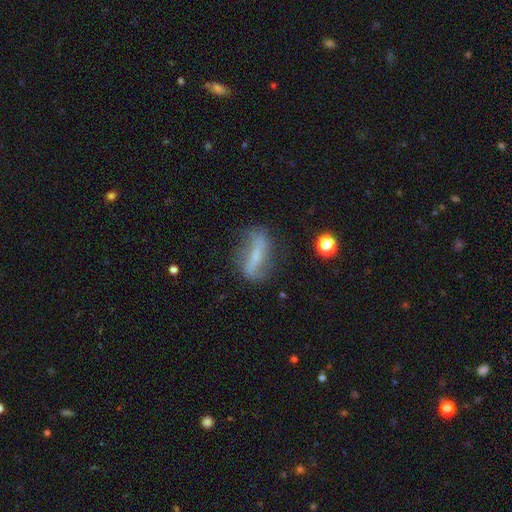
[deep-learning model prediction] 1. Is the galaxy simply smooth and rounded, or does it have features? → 65% featured or disk, 25% smooth, 10% star or artifact.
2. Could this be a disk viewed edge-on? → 77% no, 23% yes.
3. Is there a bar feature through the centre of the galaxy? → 60% strong, 24% weak, 16% no.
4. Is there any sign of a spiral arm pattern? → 69% yes, 31% no.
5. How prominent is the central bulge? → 60% small, 18% moderate, 18% none, 2% large, 1% dominant.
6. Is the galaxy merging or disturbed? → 71% none, 19% minor disturbance, 8% major disturbance, 2% merger.